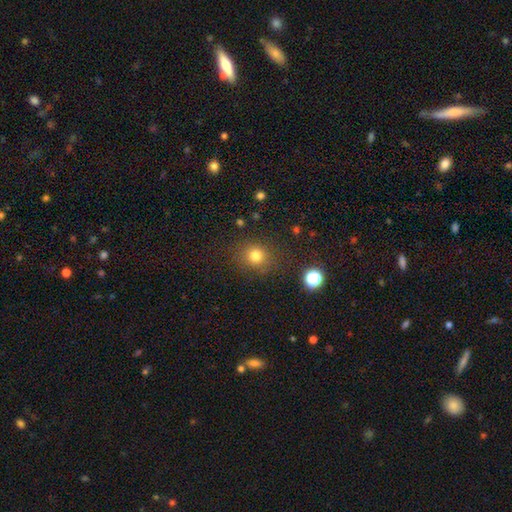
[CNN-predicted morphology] smooth 78%, star or artifact 16%, featured or disk 7%. Down the decision tree: how rounded — round (83%); merging — none (83%).